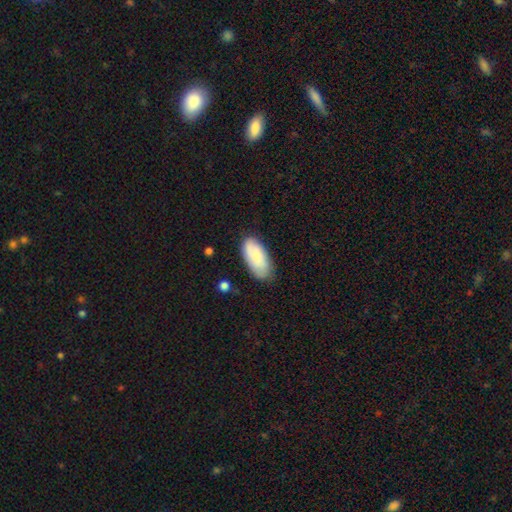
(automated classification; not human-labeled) This appears to be a smooth galaxy with no disk features (78%) that is in between round and cigar-shaped (91%). Merging: none (74%).